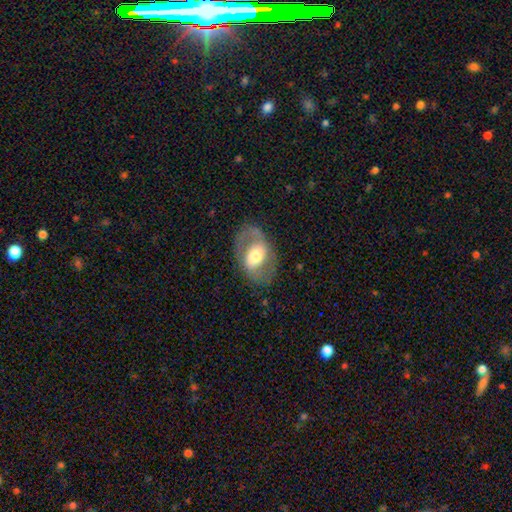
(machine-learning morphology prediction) A featured or disk galaxy (63%) with a weak bar (37%, tied with no), spiral arms (60%) and a moderate central bulge (58%). Merging: none (75%).